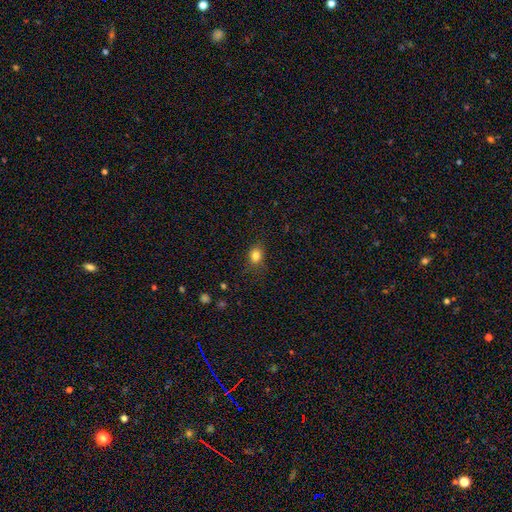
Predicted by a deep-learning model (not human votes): Smooth or featured: smooth — 82% (star or artifact — 12%)
How rounded: round — 51% (in between — 48%)
Merging: none — 79% (minor disturbance — 15%)